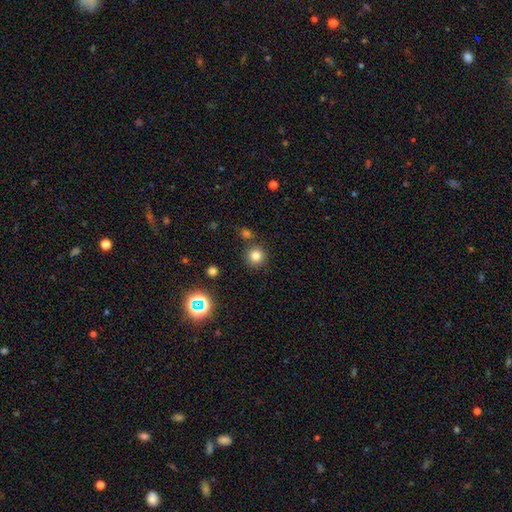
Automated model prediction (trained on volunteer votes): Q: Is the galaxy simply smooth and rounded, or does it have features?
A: smooth — 80%.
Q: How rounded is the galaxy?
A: round — 93%.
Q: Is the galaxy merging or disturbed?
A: none — 82%.